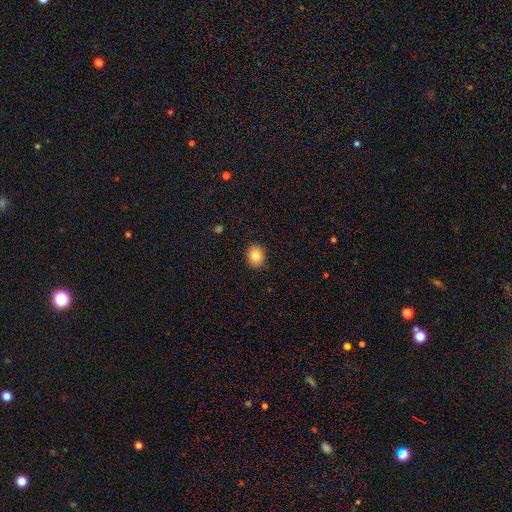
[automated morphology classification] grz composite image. It shows a smooth galaxy with no disk features (83%) that is round (61%). Merging: none (90%).